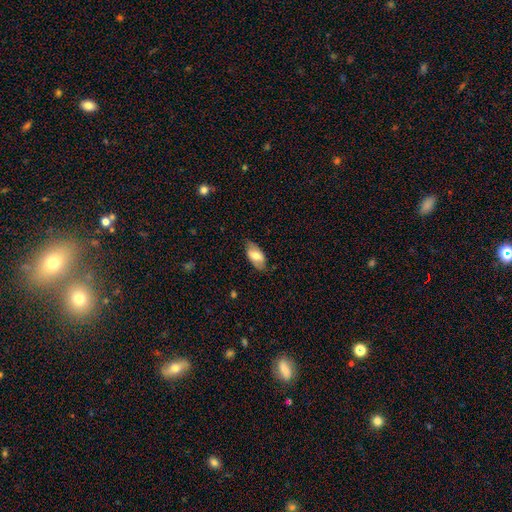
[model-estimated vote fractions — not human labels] Smooth or featured? smooth (64%)
How rounded? in between (93%)
Merging? none (78%)